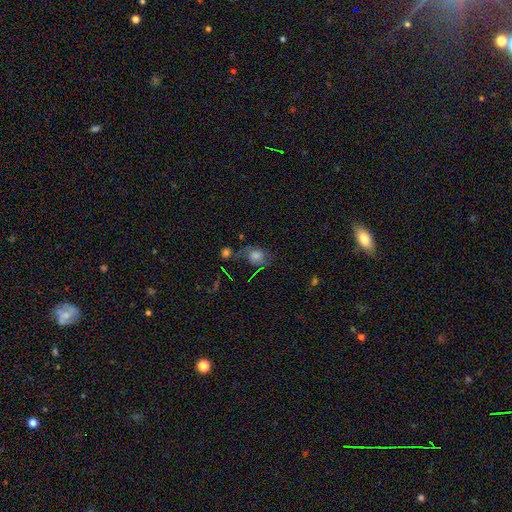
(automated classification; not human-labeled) smooth-or-featured: smooth: 51% | featured or disk: 32% | star or artifact: 17%
  how-rounded: in between: 54% | round: 44% | cigar-shaped: 2%
  merging: none: 46% | minor disturbance: 22% | major disturbance: 18% | merger: 13%